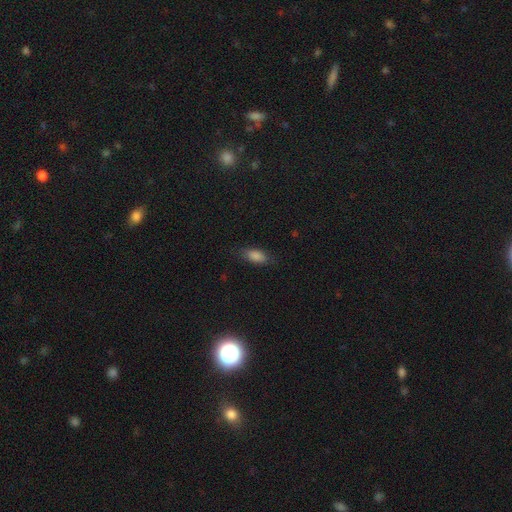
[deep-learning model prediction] Overall: smooth (85%). How rounded: in between (85%). Merging: none (81%).